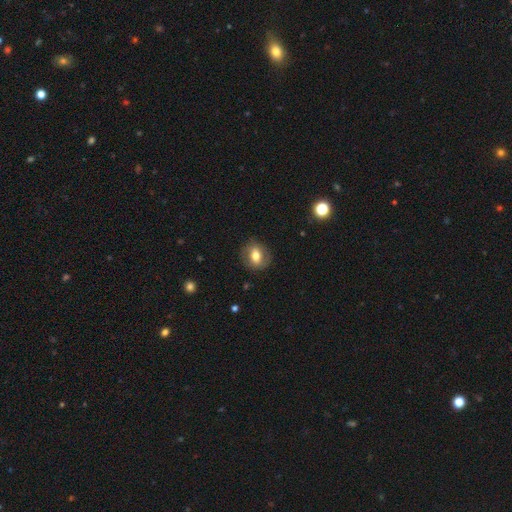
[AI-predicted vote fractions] Morphology: type=smooth (63%); roundness=round (53%); merging=none (80%).